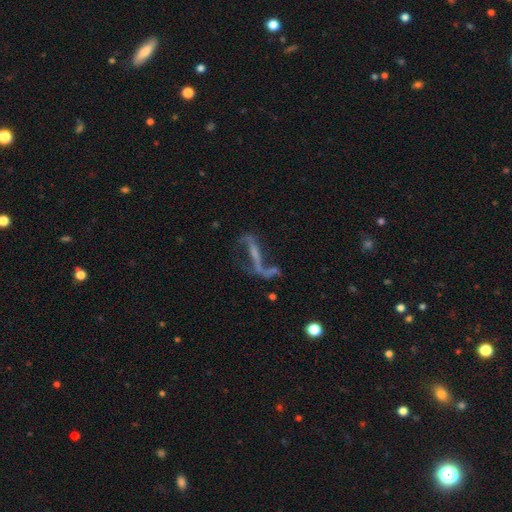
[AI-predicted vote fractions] Overall: featured or disk (72%). Edge-on disk: no (69%; yes 31%). Merging: none (37%; major disturbance 31%).